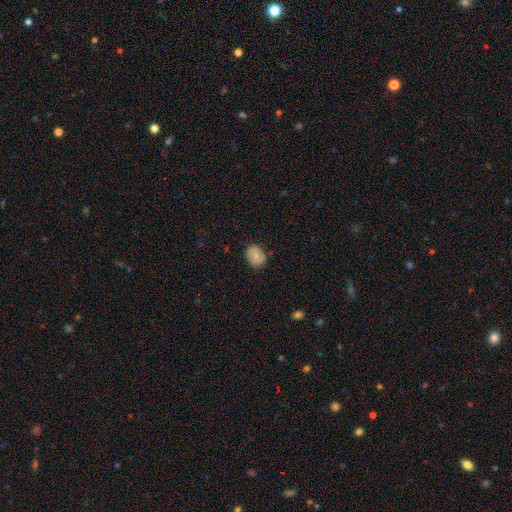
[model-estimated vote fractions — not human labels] Smooth or featured? smooth (71%)
How rounded? in between (52%)
Merging? none (75%)